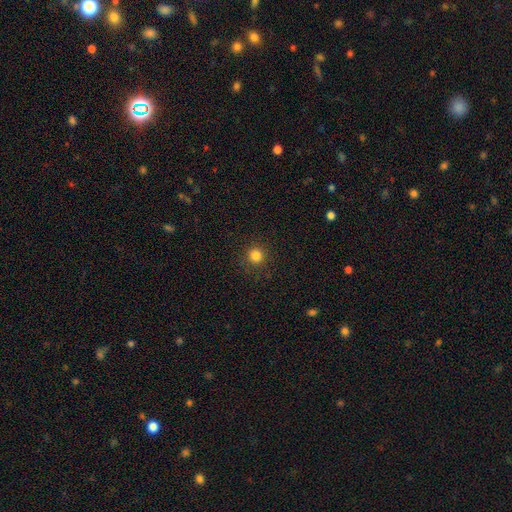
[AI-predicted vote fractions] A smooth galaxy with no disk features (83%) that is round (95%).

Vote fractions:
- Smooth or featured? smooth: 83% / star or artifact: 13% / featured or disk: 4%
- How rounded? round: 95% / in between: 4% / cigar-shaped: 1%
- Merging? none: 90% / minor disturbance: 6% / major disturbance: 3% / merger: 1%